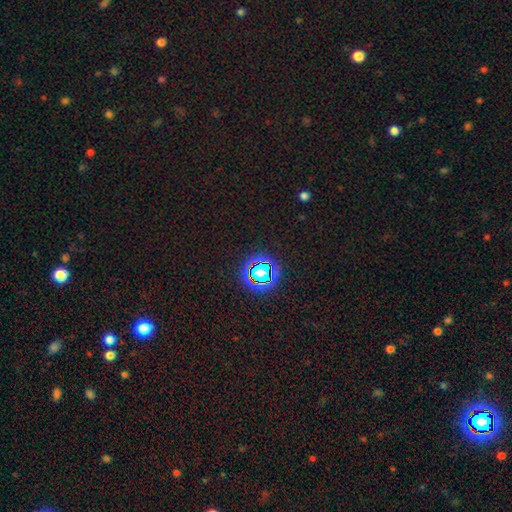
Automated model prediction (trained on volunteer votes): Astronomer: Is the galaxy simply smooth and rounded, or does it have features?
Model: star or artifact — 77%.